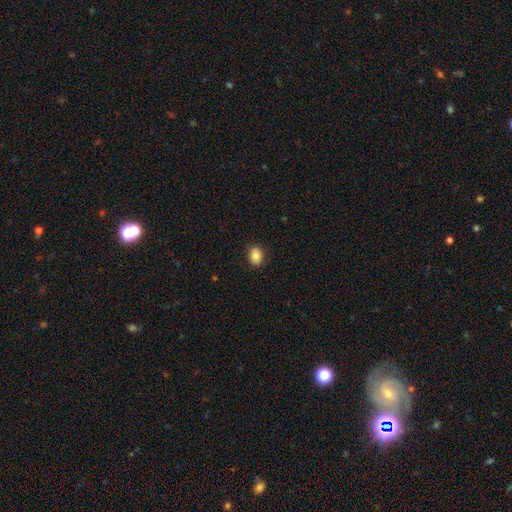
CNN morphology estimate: The model was most divided on "how rounded": in between: 59%, round: 40%, cigar-shaped: 1%. More confident: merging — none (88%); smooth or featured — smooth (84%).